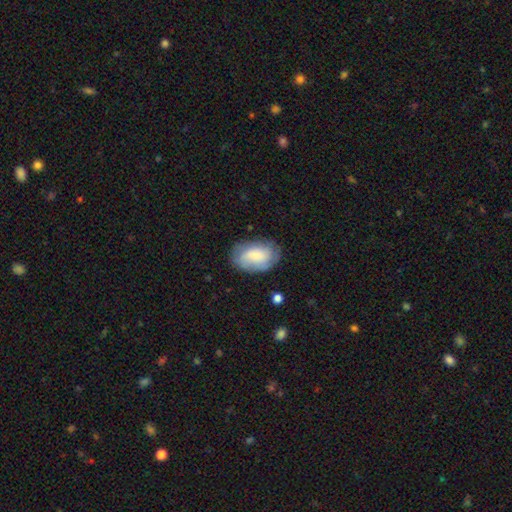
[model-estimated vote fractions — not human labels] smooth_or_featured: smooth (p=0.65) [alt: featured or disk p=0.28]
how_rounded: in between (p=0.88) [alt: round p=0.11]
merging: none (p=0.71) [alt: minor disturbance p=0.21]